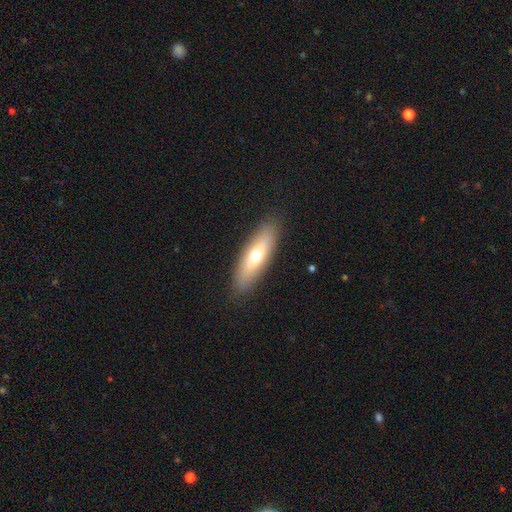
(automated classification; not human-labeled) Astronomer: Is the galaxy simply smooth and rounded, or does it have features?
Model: smooth — 59% (runner-up: featured or disk, 35%).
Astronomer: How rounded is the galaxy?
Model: cigar-shaped — 52% (runner-up: in between, 46%).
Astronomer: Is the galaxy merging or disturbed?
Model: none — 88%.